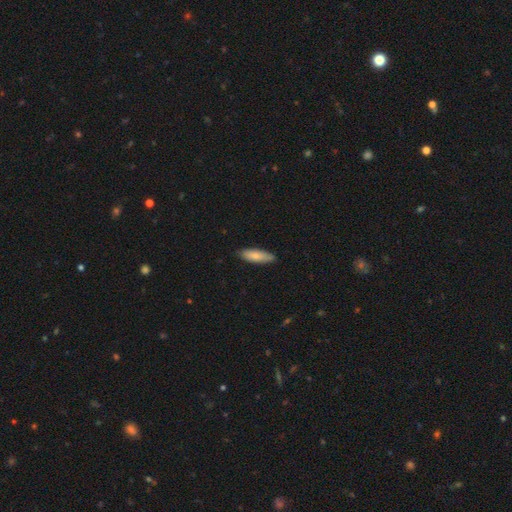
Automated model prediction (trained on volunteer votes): Q: Smooth or featured?
A: smooth (80%); runner-up: featured or disk (14%)
Q: How rounded?
A: in between (50%); runner-up: cigar-shaped (49%)
Q: Merging?
A: none (82%); runner-up: minor disturbance (15%)